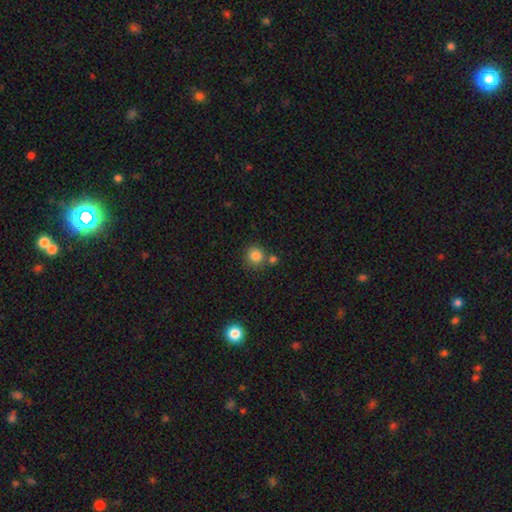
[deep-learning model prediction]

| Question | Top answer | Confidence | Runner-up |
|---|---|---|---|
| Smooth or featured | smooth | 84% | star or artifact (11%) |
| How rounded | round | 91% | in between (8%) |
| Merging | none | 69% | merger (19%) |